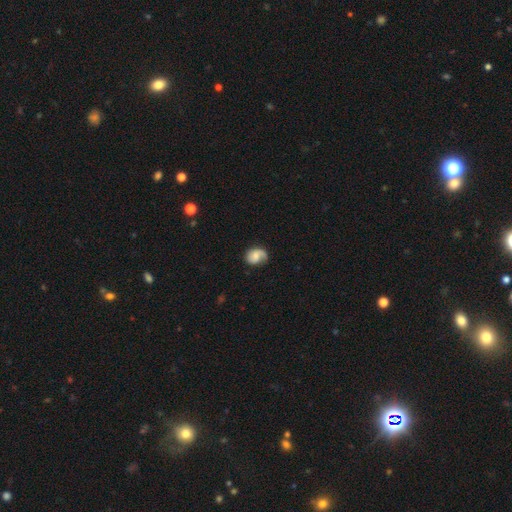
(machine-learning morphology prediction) featured or disk 59%, smooth 33%, star or artifact 7%. Down the decision tree: edge-on disk — no (98%); bar — no (63%); spiral arms — yes (91%); spiral arm count — 1 (51%); spiral winding — medium (39%); bulge size — moderate (40%); merging — none (61%).